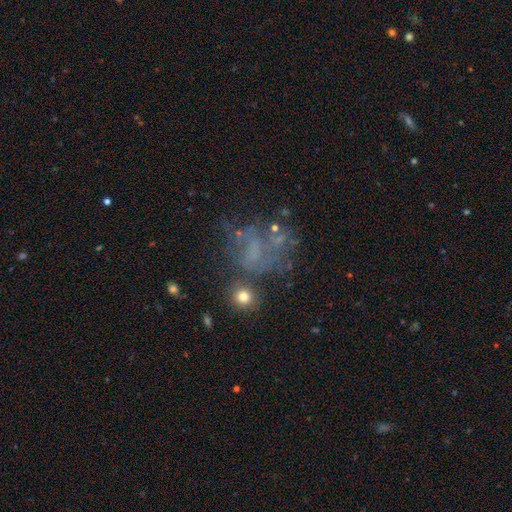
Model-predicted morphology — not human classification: This appears to be a featured or disk galaxy (48%). Merging: none (48%).